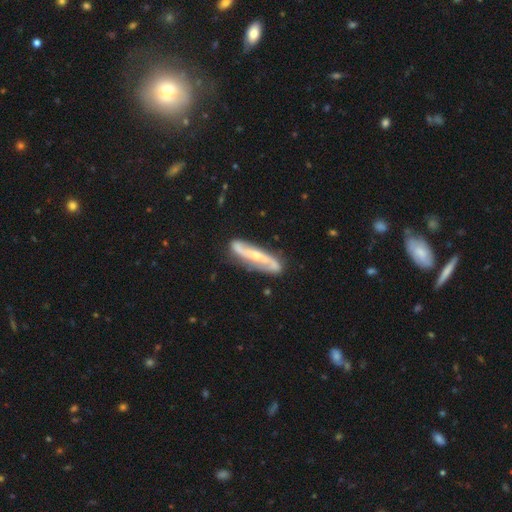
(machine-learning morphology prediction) type=featured or disk (80%); edge-on=no (75%); bar=strong (38%); spiral arms=yes (93%); winding=loose (54%); arm count=2 (91%); bulge=small (62%); merging=none (83%).